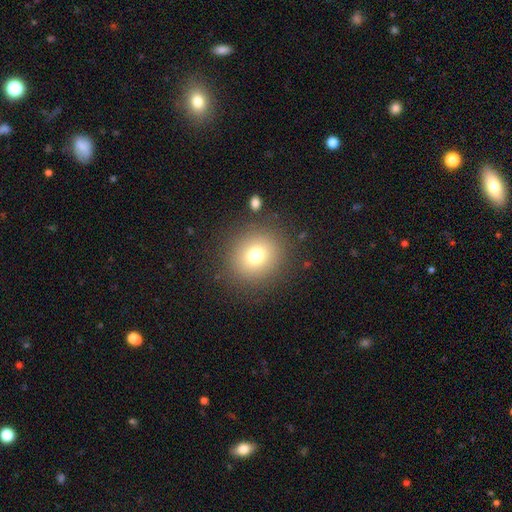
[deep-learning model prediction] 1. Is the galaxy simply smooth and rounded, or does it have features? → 75% smooth, 14% star or artifact, 11% featured or disk.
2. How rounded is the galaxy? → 86% round, 13% in between, 1% cigar-shaped.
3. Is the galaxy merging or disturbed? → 87% none, 7% minor disturbance, 4% major disturbance, 2% merger.